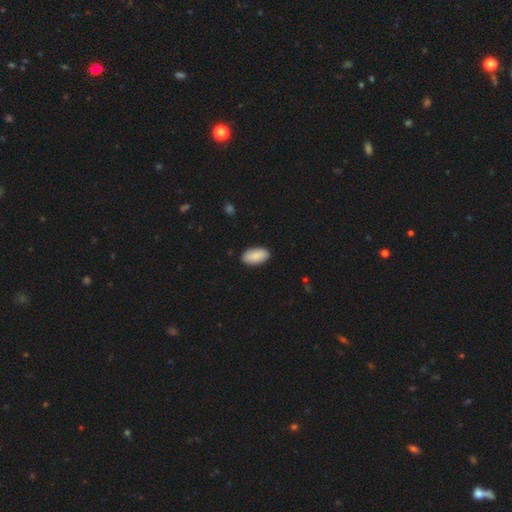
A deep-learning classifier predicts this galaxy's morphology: type=smooth (88%); roundness=in between (95%); merging=none (88%).